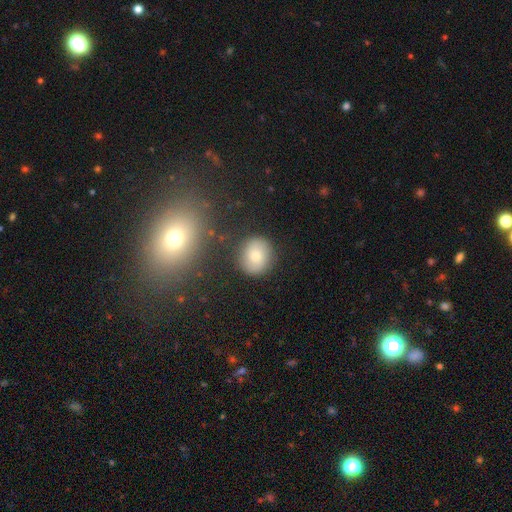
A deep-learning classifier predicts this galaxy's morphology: Q: Smooth or featured?
A: smooth (73%); runner-up: featured or disk (17%)
Q: How rounded?
A: round (80%); runner-up: in between (19%)
Q: Merging?
A: none (84%); runner-up: minor disturbance (10%)